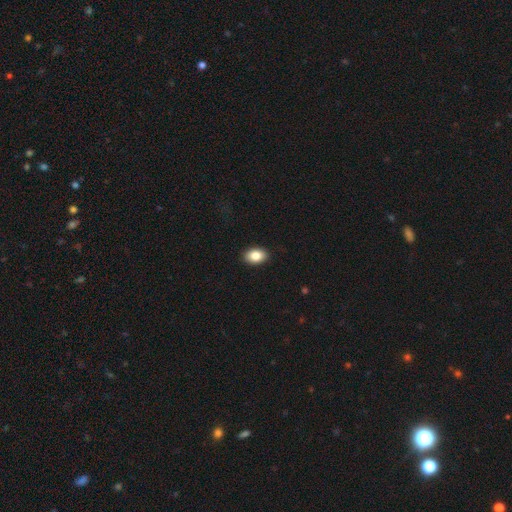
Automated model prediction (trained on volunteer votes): This appears to be a smooth galaxy with no disk features (85%) that is in between round and cigar-shaped (85%). Merging: none (91%).